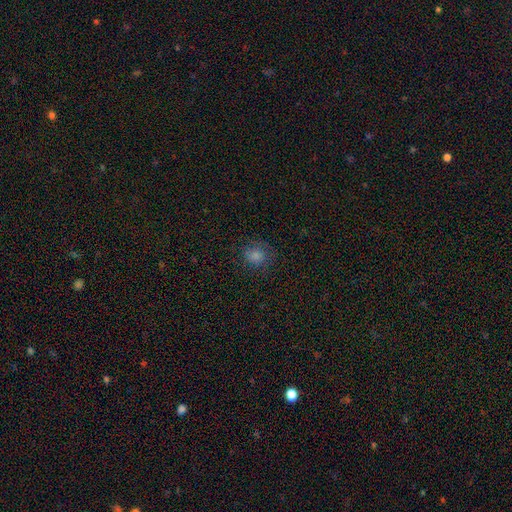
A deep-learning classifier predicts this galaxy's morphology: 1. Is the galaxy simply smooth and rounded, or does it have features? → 78% smooth, 14% star or artifact, 8% featured or disk.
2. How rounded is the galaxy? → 78% round, 21% in between, 1% cigar-shaped.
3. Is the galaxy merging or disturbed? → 75% none, 16% minor disturbance, 7% major disturbance, 1% merger.